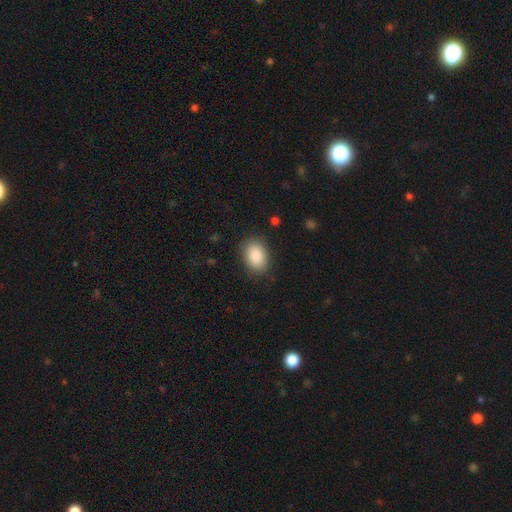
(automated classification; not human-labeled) Smooth or featured: smooth — 88% (star or artifact — 7%)
How rounded: in between — 78% (round — 21%)
Merging: none — 85% (minor disturbance — 10%)